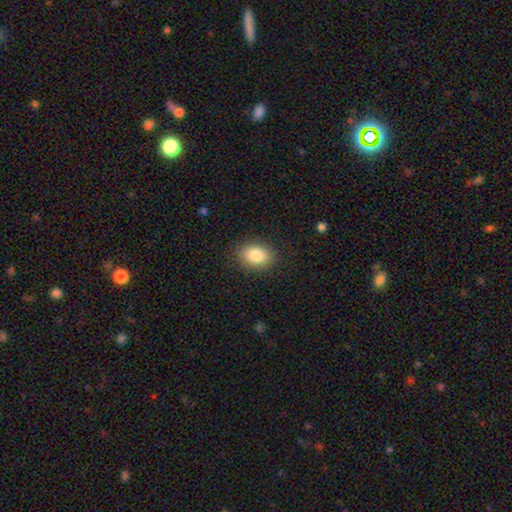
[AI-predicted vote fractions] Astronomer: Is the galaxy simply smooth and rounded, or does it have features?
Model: smooth — 85%.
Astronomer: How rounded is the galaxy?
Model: in between — 74%.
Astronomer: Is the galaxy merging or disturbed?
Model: none — 86%.